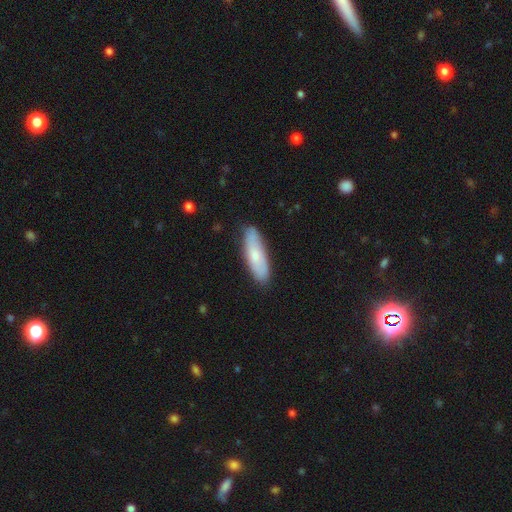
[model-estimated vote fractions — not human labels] Smooth or featured?
  - smooth: 69% *
  - featured or disk: 25%
  - star or artifact: 6%
How rounded?
  - in between: 52% *
  - cigar-shaped: 46%
  - round: 2%
Merging?
  - none: 84% *
  - minor disturbance: 13%
  - major disturbance: 2%
  - merger: 1%